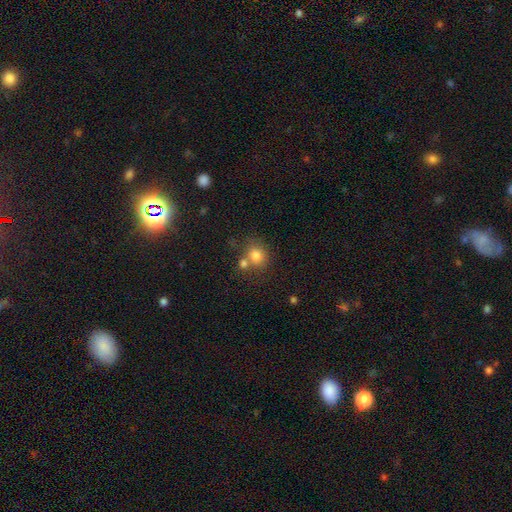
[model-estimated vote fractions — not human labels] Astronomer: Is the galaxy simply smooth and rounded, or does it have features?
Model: smooth — 80%.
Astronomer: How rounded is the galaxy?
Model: round — 77%.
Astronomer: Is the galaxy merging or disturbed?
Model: none — 55%.